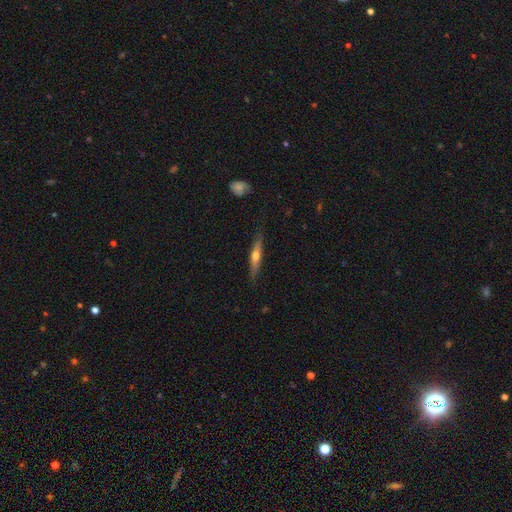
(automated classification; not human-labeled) Smooth or featured?
  - featured or disk: 54% *
  - smooth: 40%
  - star or artifact: 6%
Edge-on disk?
  - yes: 92% *
  - no: 8%
Merging?
  - none: 83% *
  - minor disturbance: 13%
  - major disturbance: 3%
  - merger: 1%